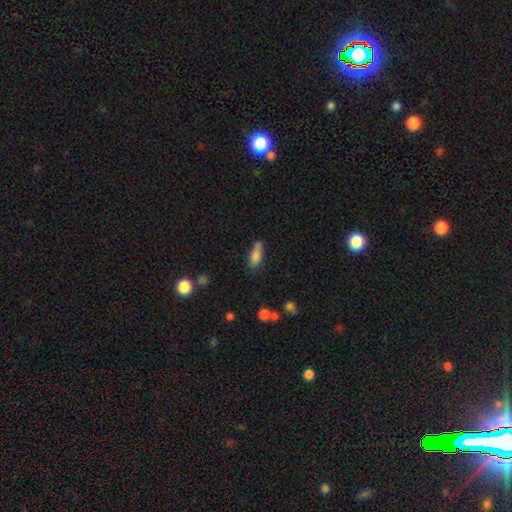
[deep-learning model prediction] smooth-or-featured: smooth: 79% | featured or disk: 12% | star or artifact: 9%
  how-rounded: in between: 66% | cigar-shaped: 31% | round: 3%
  merging: none: 48% | minor disturbance: 30% | merger: 12% | major disturbance: 9%